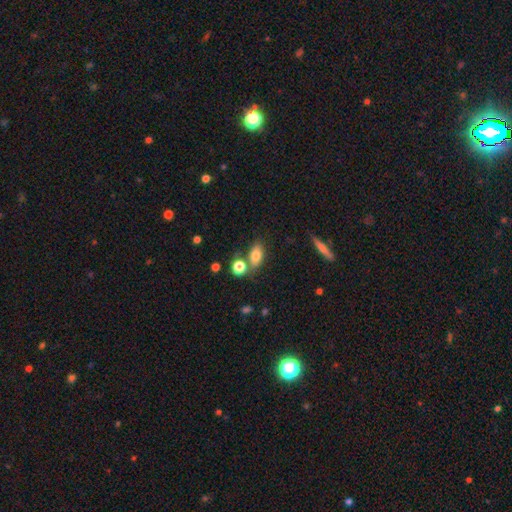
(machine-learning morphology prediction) smooth-or-featured: smooth: 79% | featured or disk: 11% | star or artifact: 10%
  how-rounded: in between: 82% | round: 11% | cigar-shaped: 7%
  merging: none: 64% | merger: 18% | minor disturbance: 14% | major disturbance: 5%